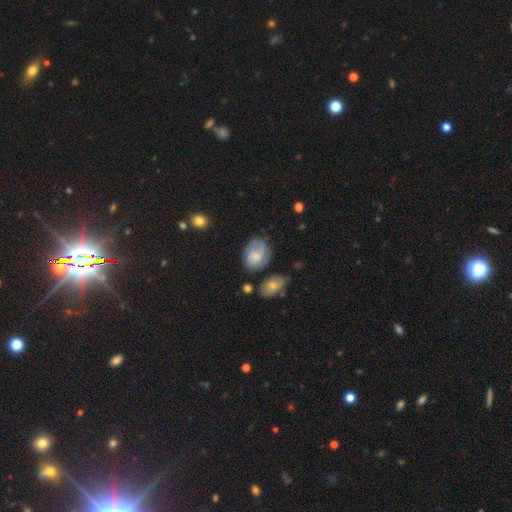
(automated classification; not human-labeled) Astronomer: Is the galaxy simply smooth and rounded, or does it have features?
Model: smooth — 49% (runner-up: featured or disk, 43%).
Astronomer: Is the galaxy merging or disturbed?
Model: none — 59%.